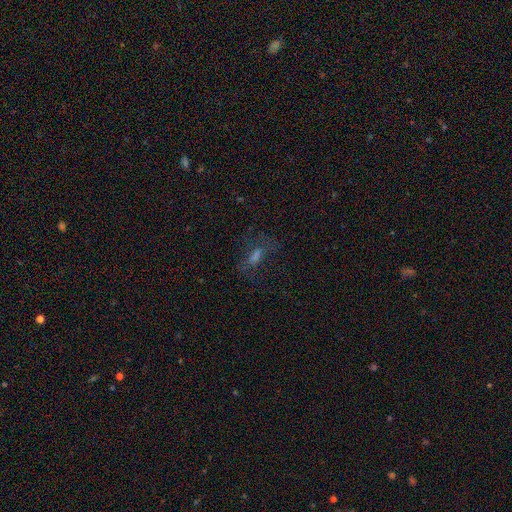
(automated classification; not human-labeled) Morphology: type=smooth (39%); merging=none (62%).